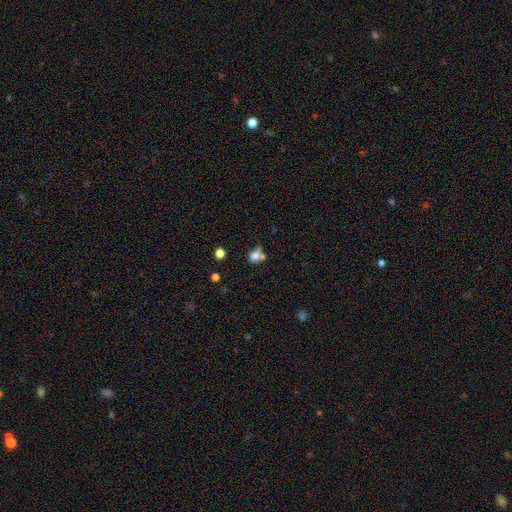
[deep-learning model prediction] smooth 74%, featured or disk 13%, star or artifact 13%. Down the decision tree: how rounded — round (63%); merging — none (37%).